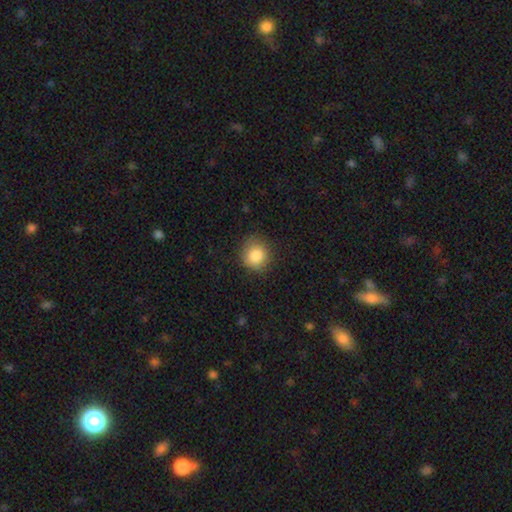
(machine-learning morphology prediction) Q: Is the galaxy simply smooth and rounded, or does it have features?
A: smooth — 85%.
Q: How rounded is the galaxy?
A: round — 84%.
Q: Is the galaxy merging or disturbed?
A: none — 82%.